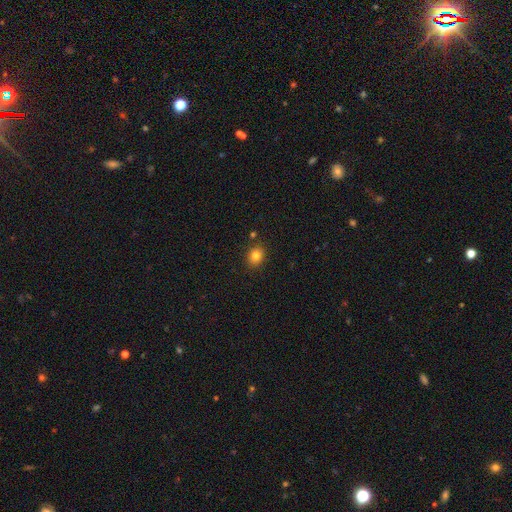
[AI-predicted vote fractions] This is clearly a smooth galaxy (81%). How rounded: possibly round (57%). Merging: clearly none (85%).